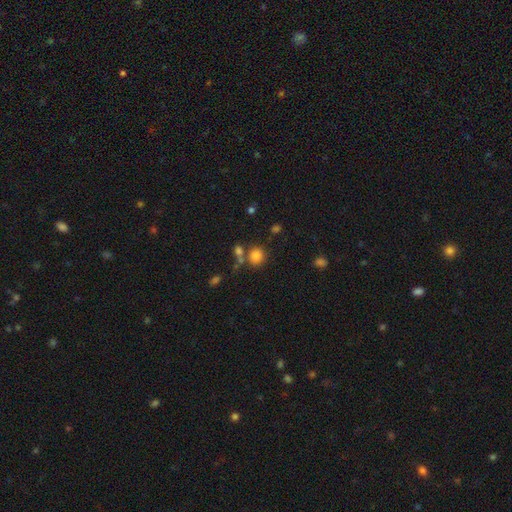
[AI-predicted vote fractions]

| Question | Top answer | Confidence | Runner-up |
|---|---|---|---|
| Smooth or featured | smooth | 81% | star or artifact (13%) |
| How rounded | round | 81% | in between (17%) |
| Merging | none | 64% | merger (21%) |